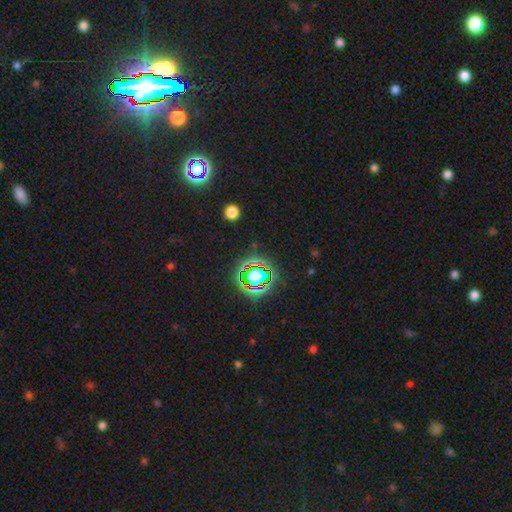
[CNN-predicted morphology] Smooth or featured: star or artifact — 80% (smooth — 12%)